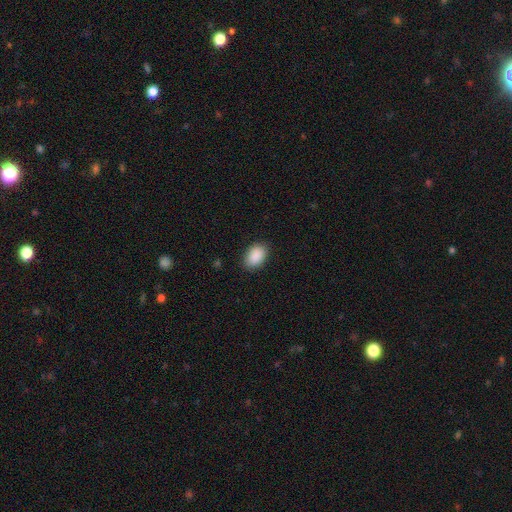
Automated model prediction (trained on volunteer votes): Smooth or featured?
  - smooth: 90% *
  - star or artifact: 7%
  - featured or disk: 3%
How rounded?
  - in between: 87% *
  - round: 11%
  - cigar-shaped: 1%
Merging?
  - none: 86% *
  - minor disturbance: 11%
  - major disturbance: 2%
  - merger: 1%